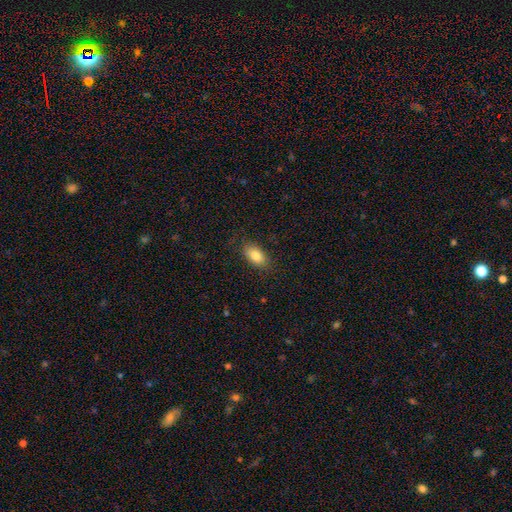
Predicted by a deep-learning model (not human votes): Smooth or featured: smooth — 83% (featured or disk — 9%)
How rounded: in between — 90% (round — 7%)
Merging: none — 83% (minor disturbance — 12%)